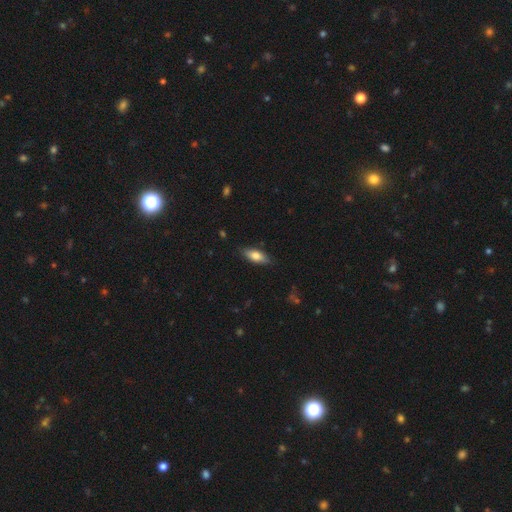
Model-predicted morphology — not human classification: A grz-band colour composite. It shows a smooth galaxy with no disk features (76%) that is in between round and cigar-shaped (77%). Merging: none (84%).